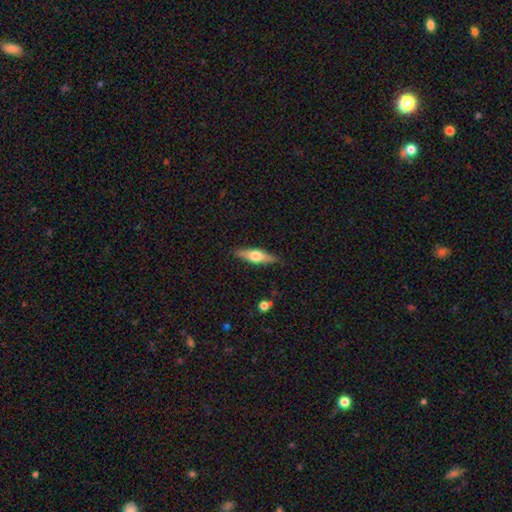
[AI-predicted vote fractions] Smooth or featured? Predicted: featured or disk (p=0.49). Merging? Predicted: none (p=0.86).